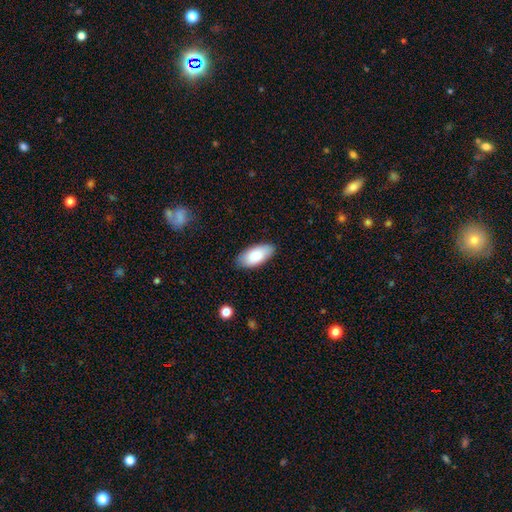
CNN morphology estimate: Overall: smooth (86%). How rounded: in between (92%). Merging: none (84%).